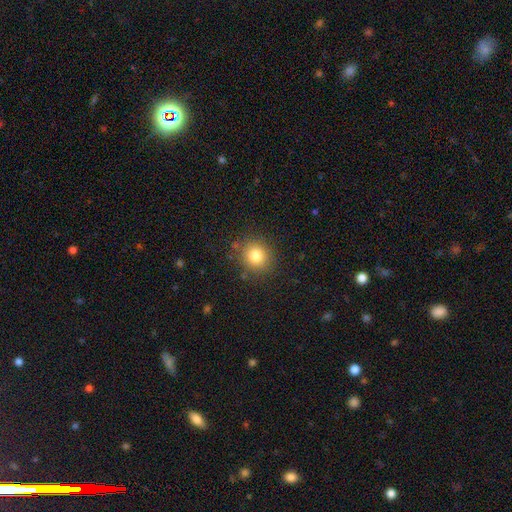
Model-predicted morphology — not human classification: smooth-or-featured: smooth: 80% | star or artifact: 12% | featured or disk: 8%
  how-rounded: round: 86% | in between: 13% | cigar-shaped: 1%
  merging: none: 85% | minor disturbance: 9% | major disturbance: 3% | merger: 2%